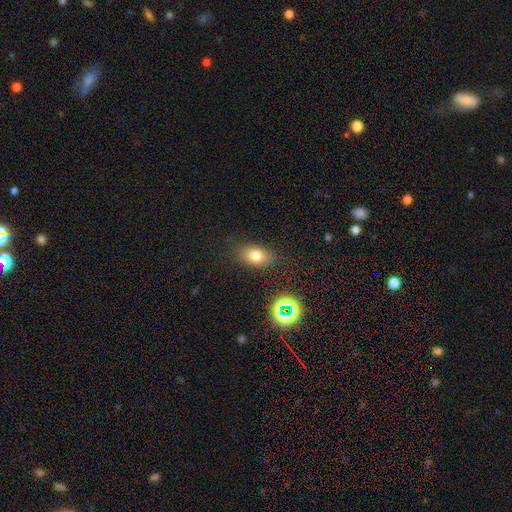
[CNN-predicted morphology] A smooth galaxy with no disk features (77%) that is in between round and cigar-shaped (81%).

Vote fractions:
- Smooth or featured? smooth: 77% / star or artifact: 14% / featured or disk: 9%
- How rounded? in between: 81% / round: 17% / cigar-shaped: 2%
- Merging? none: 82% / minor disturbance: 12% / major disturbance: 4% / merger: 2%